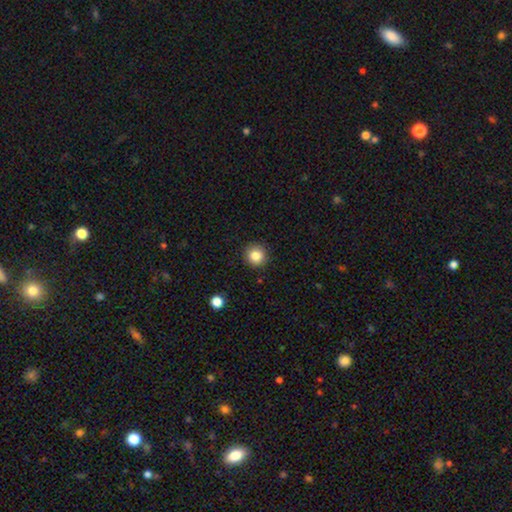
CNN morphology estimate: smooth-or-featured: smooth: 84% | star or artifact: 10% | featured or disk: 6%
  how-rounded: round: 95% | in between: 4% | cigar-shaped: 1%
  merging: none: 91% | minor disturbance: 6% | major disturbance: 2% | merger: 1%